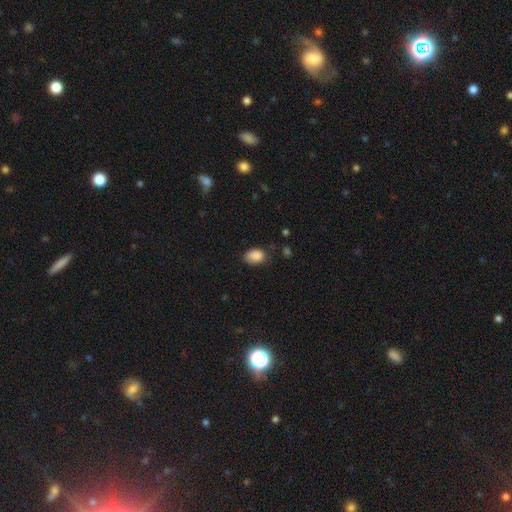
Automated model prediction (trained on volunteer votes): smooth_or_featured: smooth (p=0.87) [alt: star or artifact p=0.08]
how_rounded: in between (p=0.80) [alt: round p=0.18]
merging: none (p=0.68) [alt: minor disturbance p=0.25]